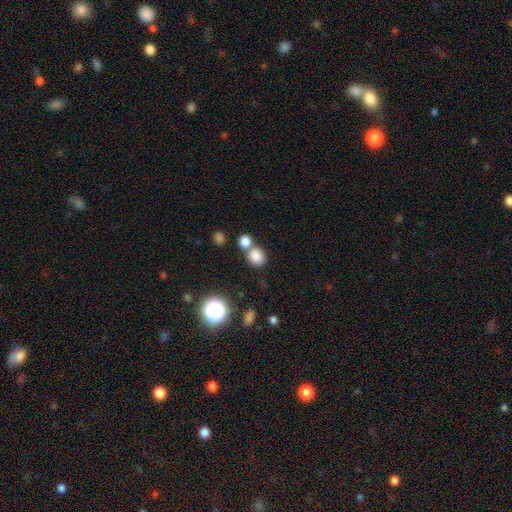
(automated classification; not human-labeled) Morphology: type=smooth (81%); roundness=round (76%); merging=none (58%).